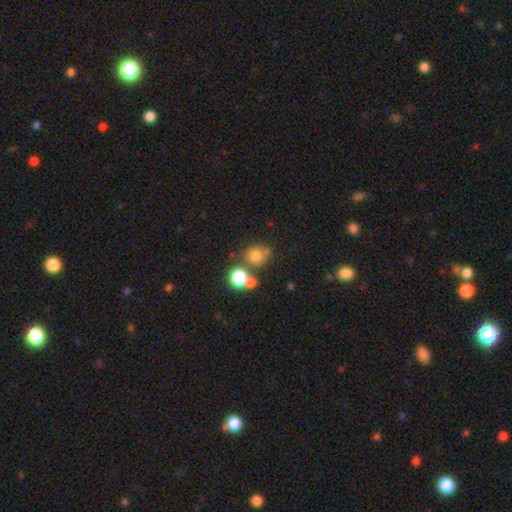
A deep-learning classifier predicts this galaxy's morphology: type=smooth (73%); roundness=round (75%); merging=none (49%).